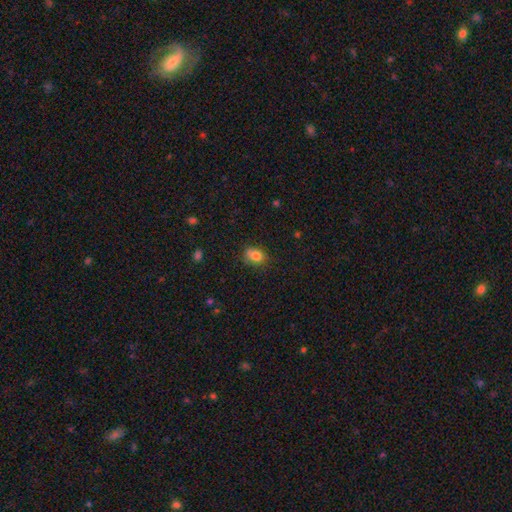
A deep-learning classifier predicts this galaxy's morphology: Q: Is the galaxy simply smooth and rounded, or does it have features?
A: smooth — 80%.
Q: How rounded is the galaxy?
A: in between — 56%.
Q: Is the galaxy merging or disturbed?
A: none — 60%.